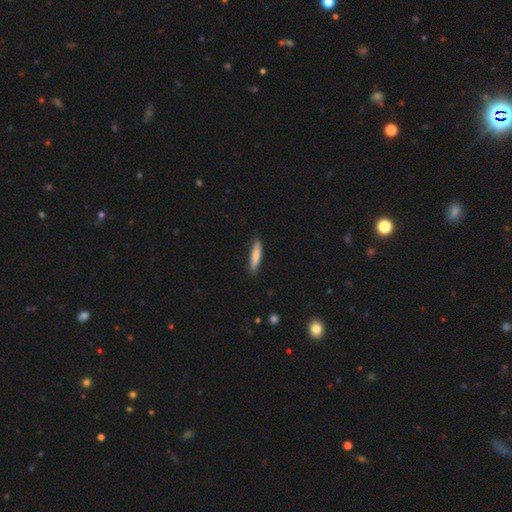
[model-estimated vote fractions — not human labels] Morphology: type=smooth (79%); roundness=cigar-shaped (83%); merging=none (86%).